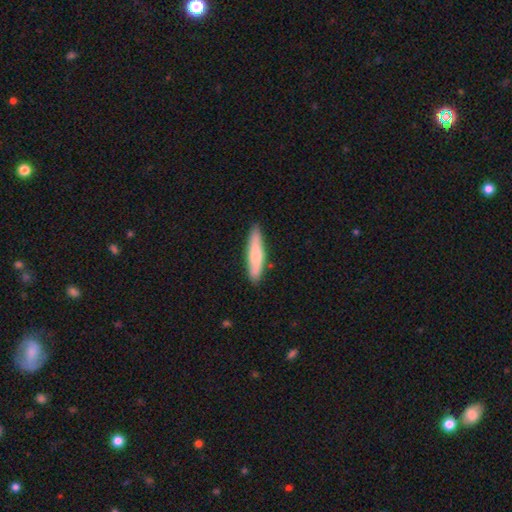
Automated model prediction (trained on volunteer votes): Morphology: type=smooth (71%); roundness=cigar-shaped (80%); merging=none (85%).